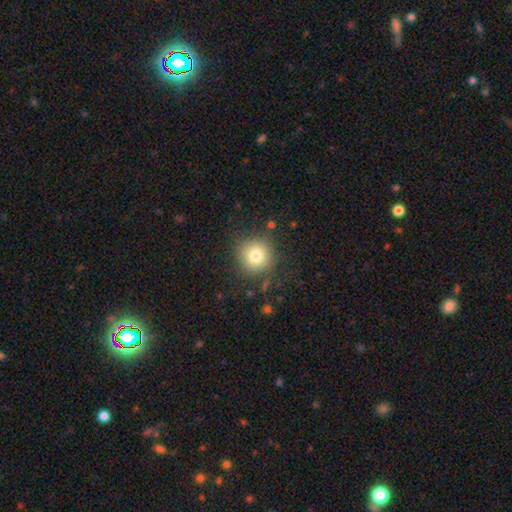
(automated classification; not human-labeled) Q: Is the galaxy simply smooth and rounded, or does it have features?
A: smooth — 79%.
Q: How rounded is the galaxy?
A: round — 93%.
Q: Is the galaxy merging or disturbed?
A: none — 85%.